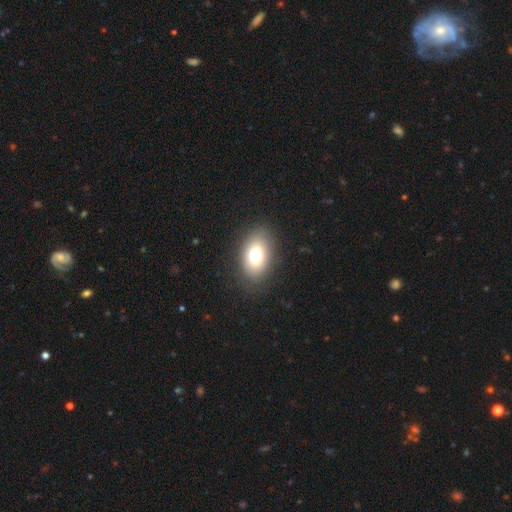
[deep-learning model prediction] smooth 74%, featured or disk 15%, star or artifact 11%. Down the decision tree: how rounded — in between (81%); merging — none (85%).